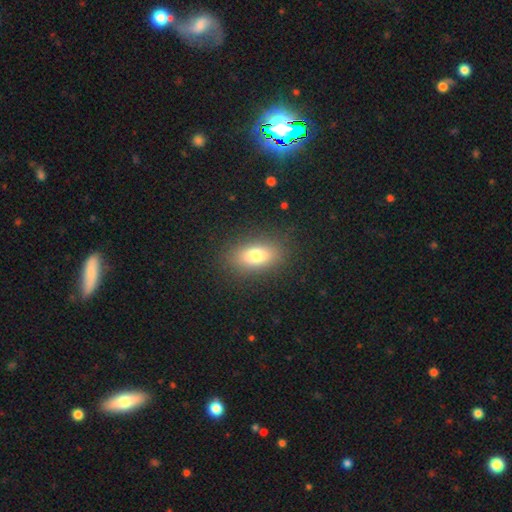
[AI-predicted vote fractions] Smooth or featured?
  - smooth: 77% *
  - featured or disk: 13%
  - star or artifact: 10%
How rounded?
  - in between: 84% *
  - round: 10%
  - cigar-shaped: 6%
Merging?
  - none: 86% *
  - minor disturbance: 9%
  - major disturbance: 4%
  - merger: 1%